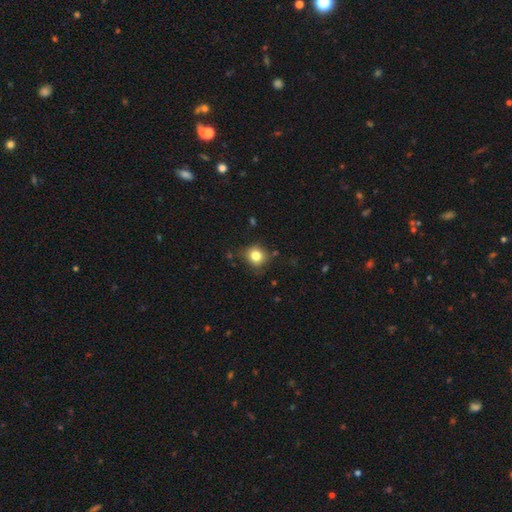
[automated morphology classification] A smooth galaxy with no disk features (81%) that is round (85%). Merging: none (78%).